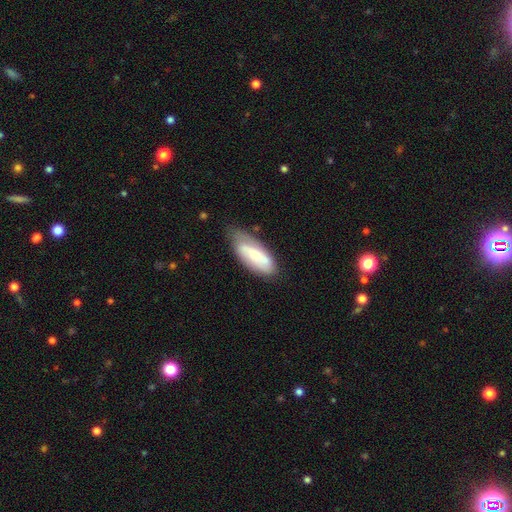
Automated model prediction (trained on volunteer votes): The model was most divided on "smooth or featured": smooth: 54%, featured or disk: 40%, star or artifact: 6%. More confident: how rounded — in between (78%); merging — none (56%).